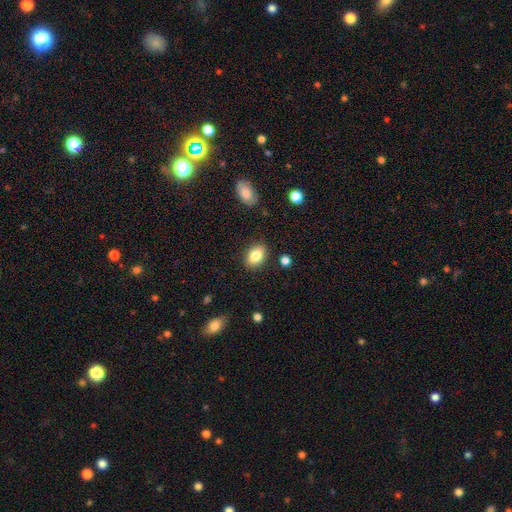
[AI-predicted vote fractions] smooth 83%, featured or disk 9%, star or artifact 8%. Down the decision tree: how rounded — in between (84%); merging — none (85%).